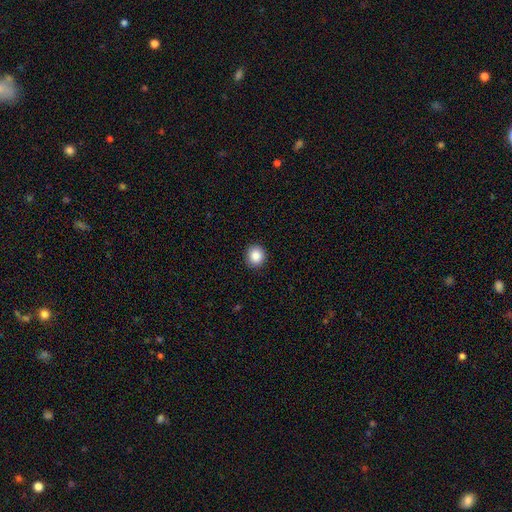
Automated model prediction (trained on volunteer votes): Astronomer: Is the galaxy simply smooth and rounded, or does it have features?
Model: smooth — 87%.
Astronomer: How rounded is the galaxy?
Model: round — 86%.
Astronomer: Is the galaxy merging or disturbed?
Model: none — 90%.